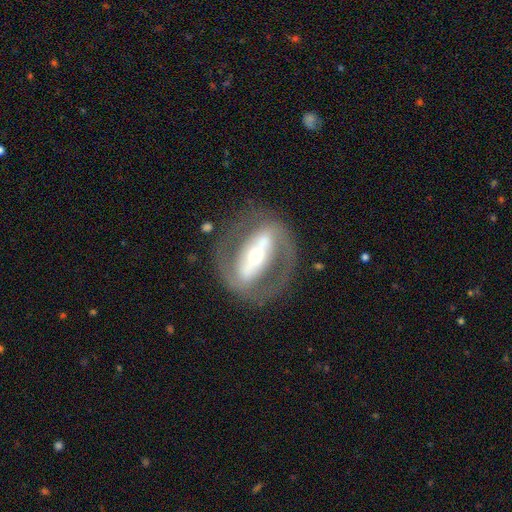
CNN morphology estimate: This appears to be a featured or disk galaxy (81%) with a strong bar (72%), spiral arms (56%) and a moderate central bulge (46%). Merging: none (75%).